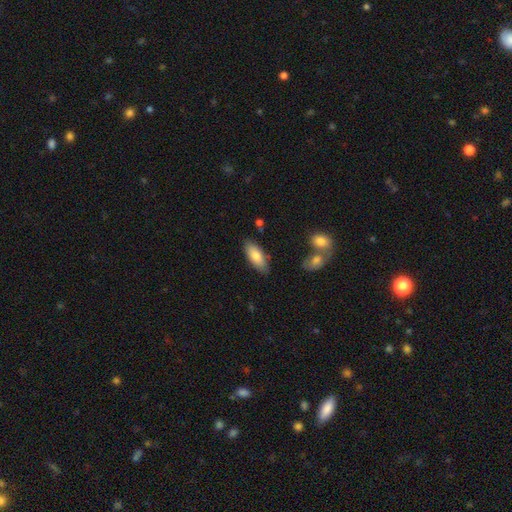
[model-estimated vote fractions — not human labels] Smooth or featured?
  - smooth: 80% *
  - featured or disk: 14%
  - star or artifact: 6%
How rounded?
  - in between: 81% *
  - cigar-shaped: 17%
  - round: 2%
Merging?
  - none: 82% *
  - minor disturbance: 13%
  - merger: 3%
  - major disturbance: 3%